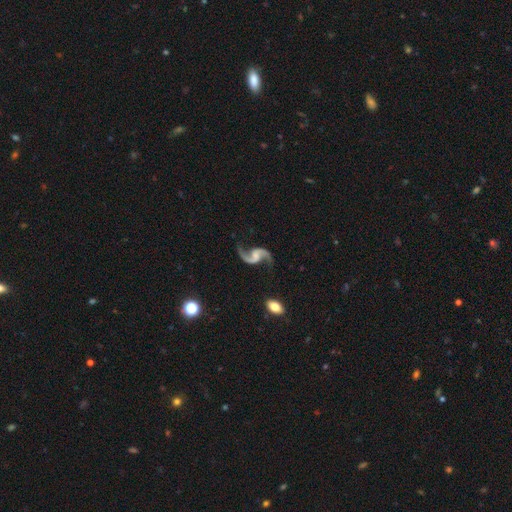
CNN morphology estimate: A featured or disk galaxy (93%) with no bar (45%), 2 (94%) loose (77%) spiral arms (98%) and no central bulge (44%).

Vote fractions:
- Smooth or featured? featured or disk: 93% / star or artifact: 4% / smooth: 3%
- Edge-on disk? no: 98% / yes: 2%
- Bar? no: 45% / weak: 41% / strong: 13%
- Spiral arms? yes: 98% / no: 2%
- Spiral winding? loose: 77% / medium: 19% / tight: 3%
- Spiral arm count? 2: 94% / 1: 2% / can't tell: 1% / 3: 1% / 4: 1% / more than 4: 1%
- Bulge size? none: 44% / small: 32% / moderate: 18% / large: 5% / dominant: 2%
- Merging? none: 77% / minor disturbance: 13% / major disturbance: 7% / merger: 3%